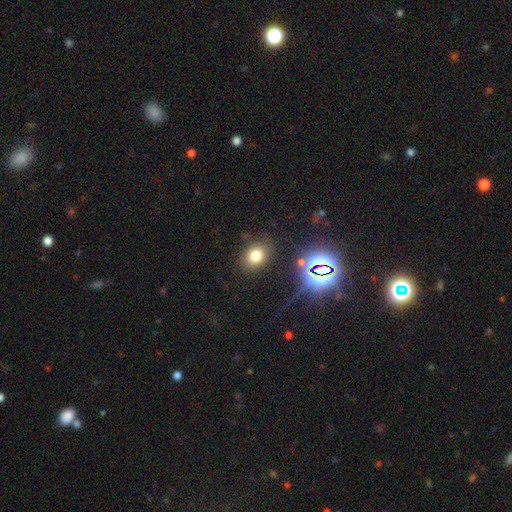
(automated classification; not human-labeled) Overall: smooth (74%). How rounded: in between (52%; round 47%). Merging: none (82%).